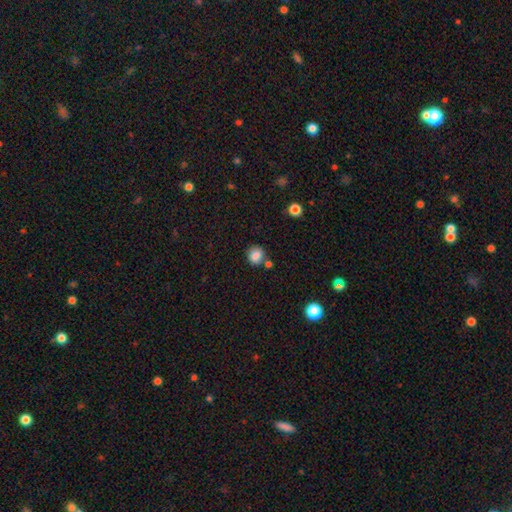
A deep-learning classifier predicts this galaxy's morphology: Overall: smooth (84%). How rounded: round (81%). Merging: none (72%).